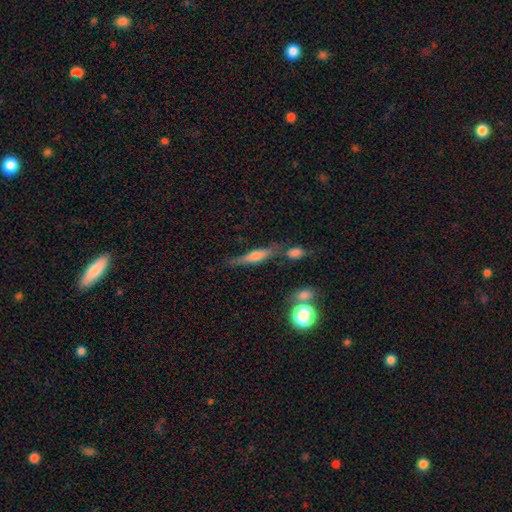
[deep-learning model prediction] Overall: featured or disk (50%; smooth 40%). Merging: none (65%).